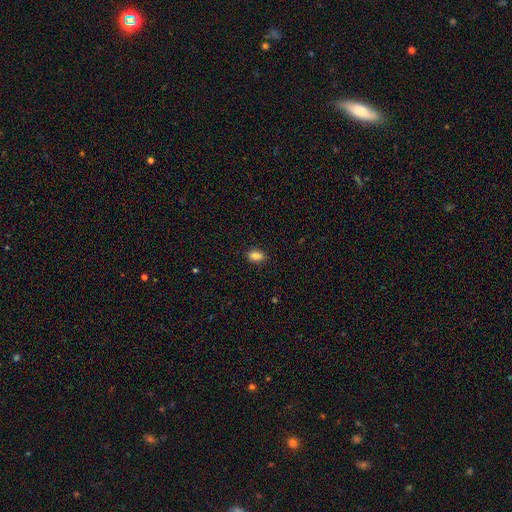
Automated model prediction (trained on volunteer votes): smooth-or-featured: smooth: 86% | star or artifact: 9% | featured or disk: 5%
  how-rounded: in between: 84% | round: 13% | cigar-shaped: 2%
  merging: none: 88% | minor disturbance: 9% | major disturbance: 2% | merger: 1%